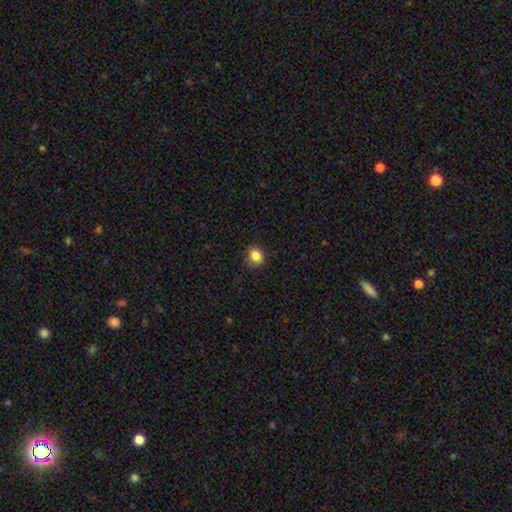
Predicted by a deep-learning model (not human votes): Smooth or featured? Predicted: smooth (p=0.85). How rounded? Predicted: round (p=0.76). Merging? Predicted: none (p=0.77).